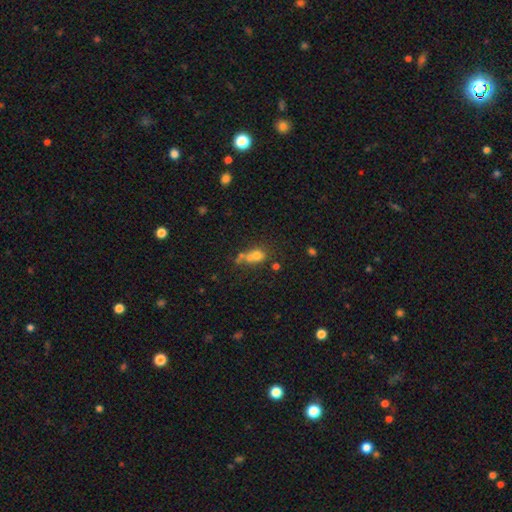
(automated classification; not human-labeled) smooth-or-featured: smooth: 64% | star or artifact: 19% | featured or disk: 17%
  how-rounded: round: 63% | in between: 35% | cigar-shaped: 2%
  merging: merger: 46% | none: 34% | minor disturbance: 11% | major disturbance: 8%